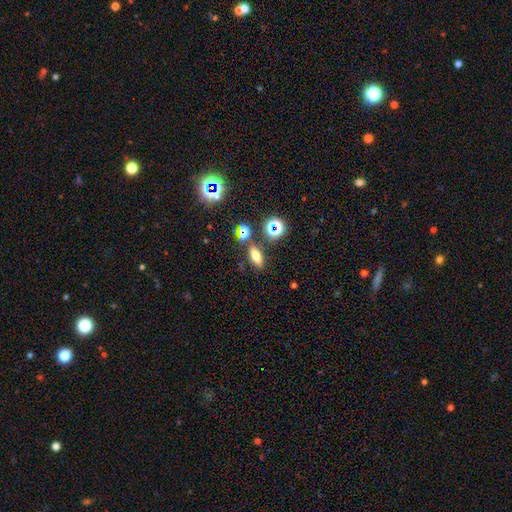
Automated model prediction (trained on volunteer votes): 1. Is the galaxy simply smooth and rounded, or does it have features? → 62% smooth, 21% star or artifact, 17% featured or disk.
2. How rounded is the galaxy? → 68% in between, 19% cigar-shaped, 13% round.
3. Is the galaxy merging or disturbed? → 80% none, 9% minor disturbance, 7% merger, 4% major disturbance.